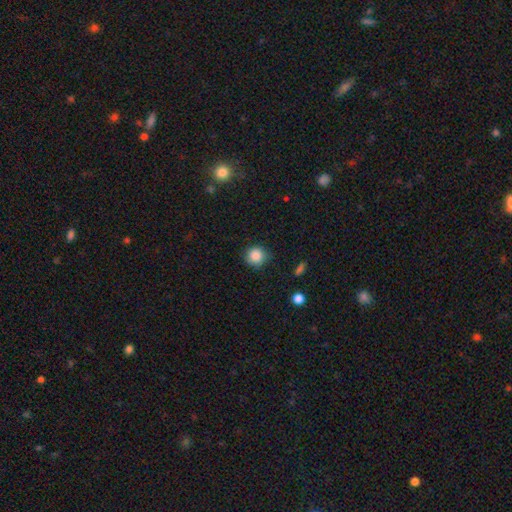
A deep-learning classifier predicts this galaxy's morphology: A smooth galaxy with no disk features (86%) that is round (92%).

Vote fractions:
- Smooth or featured? smooth: 86% / star or artifact: 10% / featured or disk: 4%
- How rounded? round: 92% / in between: 7% / cigar-shaped: 1%
- Merging? none: 83% / minor disturbance: 13% / major disturbance: 3% / merger: 1%